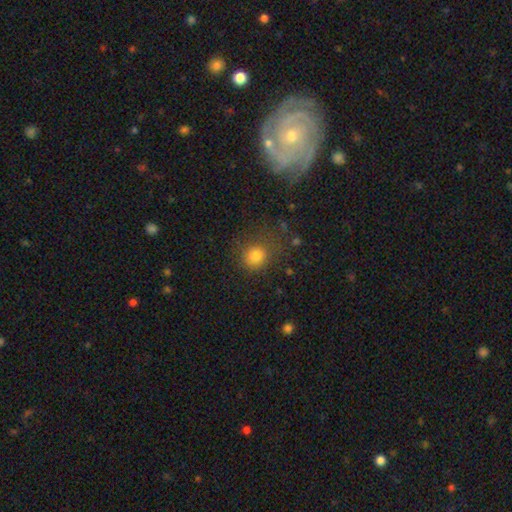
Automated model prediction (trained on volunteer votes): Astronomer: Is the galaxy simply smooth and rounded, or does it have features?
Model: smooth — 80%.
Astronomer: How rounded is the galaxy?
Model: round — 84%.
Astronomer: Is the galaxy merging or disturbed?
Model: none — 71%.